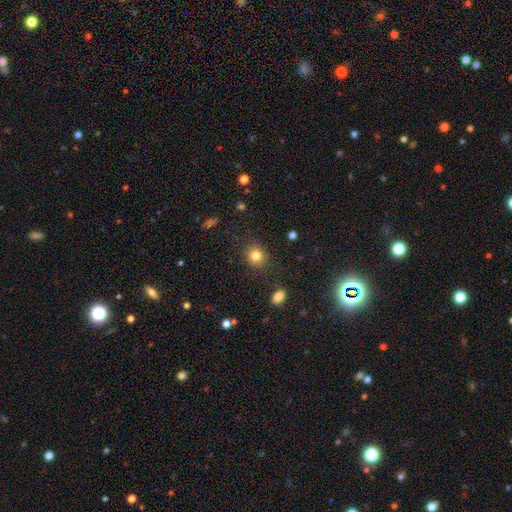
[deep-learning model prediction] Smooth or featured? Predicted: smooth (p=0.83). How rounded? Predicted: round (p=0.82). Merging? Predicted: none (p=0.85).